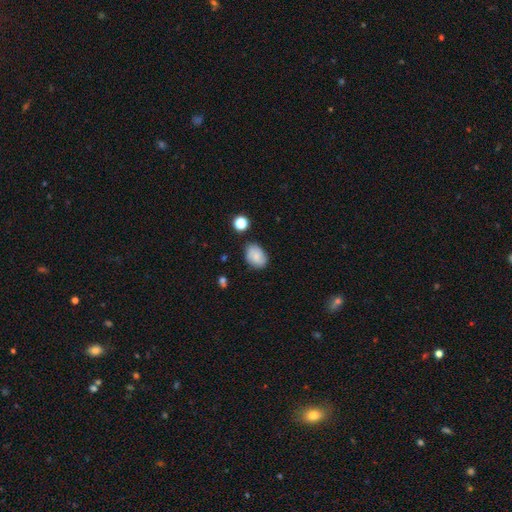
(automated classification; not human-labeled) Morphology: type=smooth (76%); roundness=in between (75%); merging=none (76%).